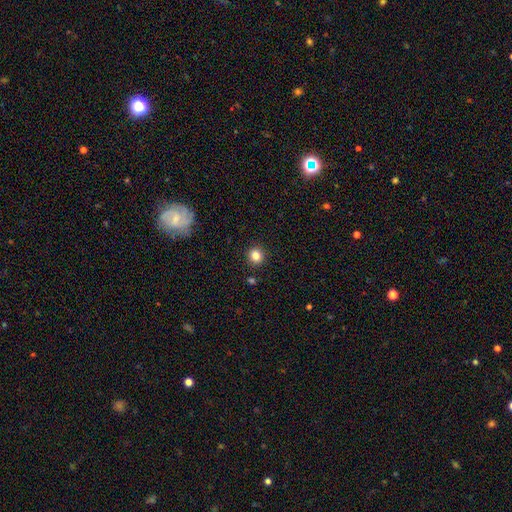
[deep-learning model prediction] Smooth or featured?
  - smooth: 83% *
  - star or artifact: 11%
  - featured or disk: 5%
How rounded?
  - round: 87% *
  - in between: 12%
  - cigar-shaped: 1%
Merging?
  - none: 91% *
  - minor disturbance: 6%
  - major disturbance: 2%
  - merger: 2%